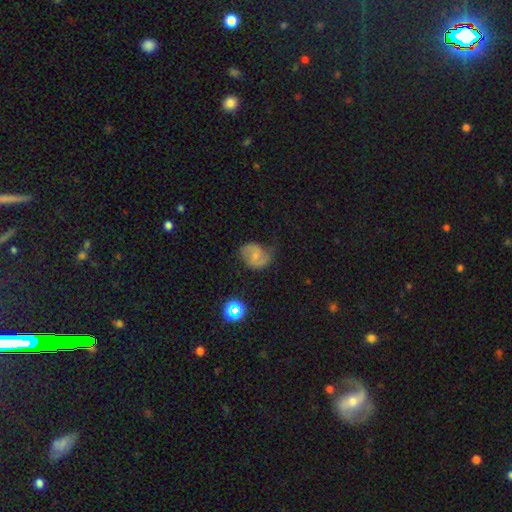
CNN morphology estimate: A featured or disk galaxy (72%) with no bar (52%), 2 (86%) medium (50%) spiral arms (93%) and a small central bulge (61%).

Vote fractions:
- Smooth or featured? featured or disk: 72% / smooth: 19% / star or artifact: 9%
- Edge-on disk? no: 98% / yes: 2%
- Bar? no: 52% / weak: 41% / strong: 8%
- Spiral arms? yes: 93% / no: 7%
- Spiral winding? medium: 50% / loose: 30% / tight: 20%
- Spiral arm count? 2: 86% / can't tell: 6% / 1: 4% / 3: 1% / 4: 1% / more than 4: 1%
- Bulge size? small: 61% / moderate: 26% / none: 11% / large: 1% / dominant: 1%
- Merging? none: 63% / minor disturbance: 24% / major disturbance: 11% / merger: 2%